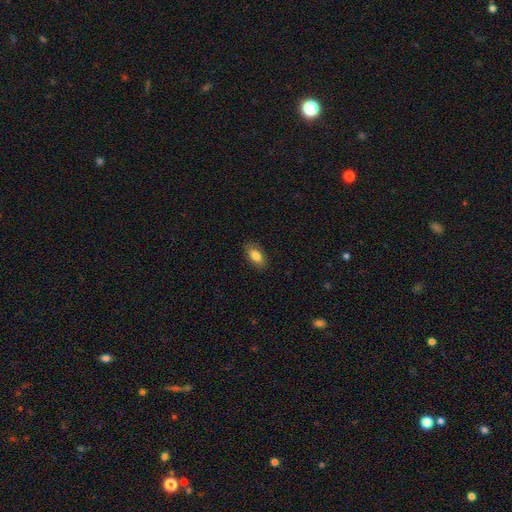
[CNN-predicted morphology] This is clearly a smooth galaxy (83%). How rounded: clearly in between (90%). Merging: clearly none (86%).